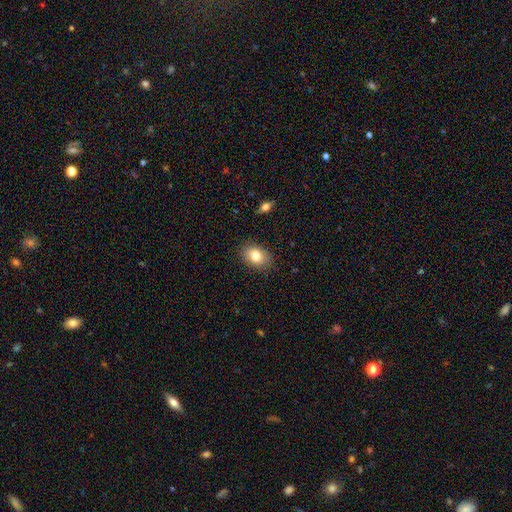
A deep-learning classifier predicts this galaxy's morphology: The model was most divided on "how rounded": in between: 78%, round: 21%, cigar-shaped: 1%. More confident: merging — none (85%); smooth or featured — smooth (81%).